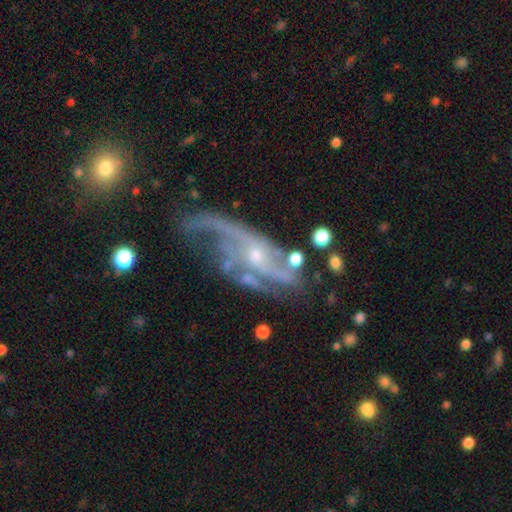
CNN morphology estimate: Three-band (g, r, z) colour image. It shows a featured or disk galaxy (86%) with no bar (62%), 2 (51%) loose (52%) spiral arms (93%) and a small central bulge (71%). Merging: none (48%).